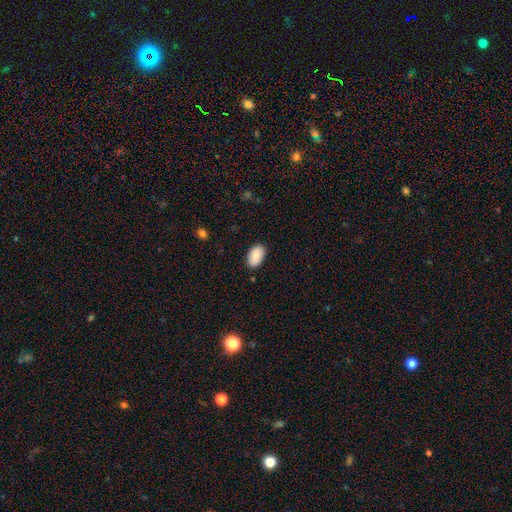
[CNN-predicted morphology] type=smooth (87%); roundness=in between (94%); merging=none (86%).